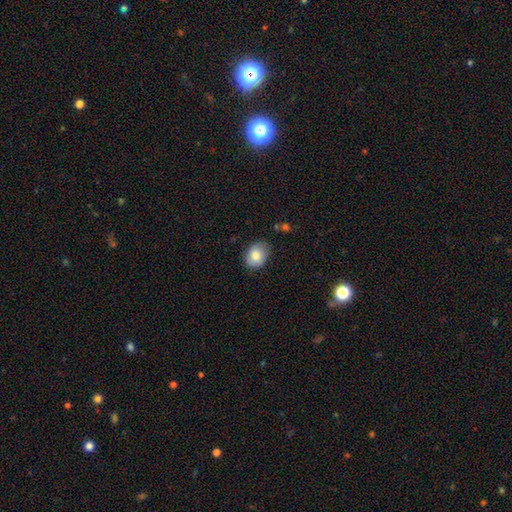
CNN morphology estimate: Smooth or featured?
  - smooth: 81% *
  - featured or disk: 11%
  - star or artifact: 8%
How rounded?
  - in between: 60% *
  - round: 40%
  - cigar-shaped: 1%
Merging?
  - none: 78% *
  - minor disturbance: 17%
  - major disturbance: 3%
  - merger: 1%